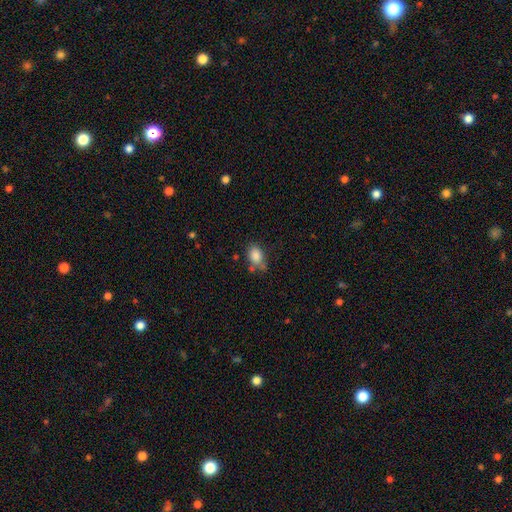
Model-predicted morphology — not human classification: Q: Smooth or featured?
A: smooth (85%); runner-up: star or artifact (9%)
Q: How rounded?
A: in between (76%); runner-up: round (23%)
Q: Merging?
A: none (56%); runner-up: minor disturbance (27%)